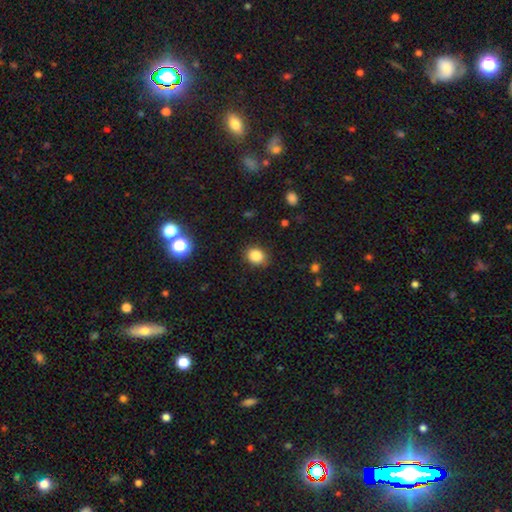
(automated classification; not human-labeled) Smooth or featured: smooth — 85% (star or artifact — 11%)
How rounded: round — 55% (in between — 44%)
Merging: none — 85% (minor disturbance — 11%)